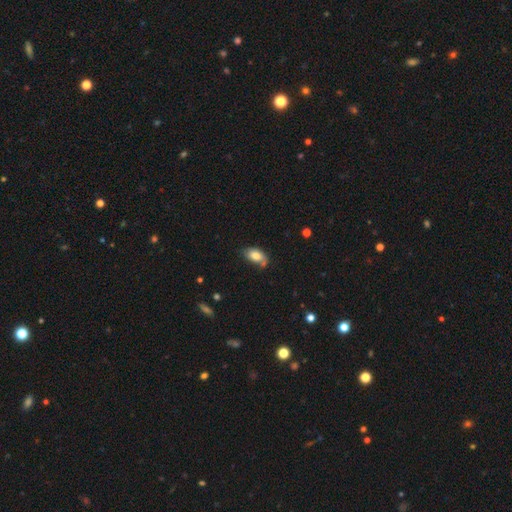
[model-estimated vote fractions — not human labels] This appears to be a smooth galaxy with no disk features (79%) that is in between round and cigar-shaped (91%). Merging: none (55%).